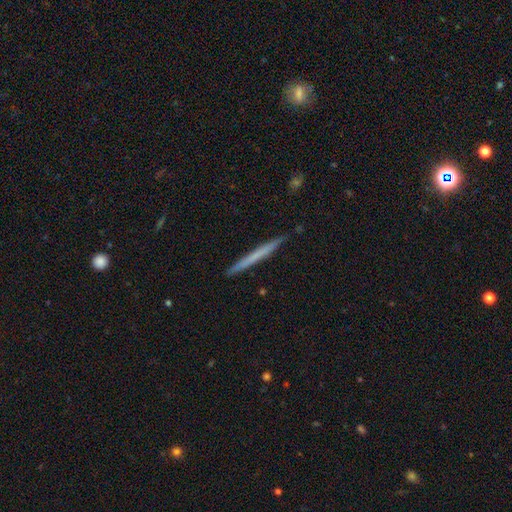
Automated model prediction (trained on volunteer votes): smooth-or-featured: smooth: 55% | featured or disk: 40% | star or artifact: 5%
  how-rounded: cigar-shaped: 97% | in between: 1% | round: 1%
  merging: none: 91% | minor disturbance: 6% | major disturbance: 1% | merger: 1%